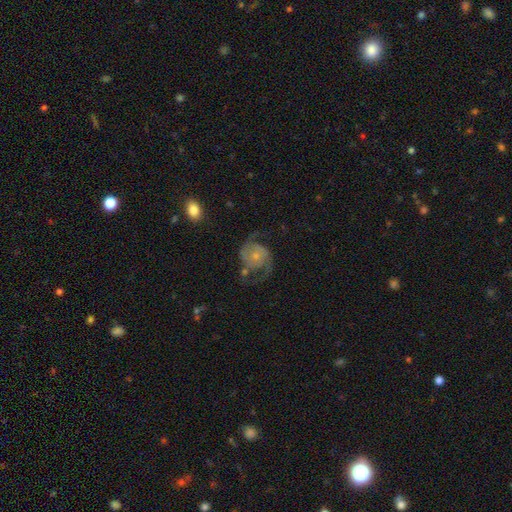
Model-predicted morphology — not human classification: Q: Smooth or featured?
A: featured or disk (87%); runner-up: smooth (7%)
Q: Edge-on disk?
A: no (98%); runner-up: yes (2%)
Q: Bar?
A: no (73%); runner-up: weak (22%)
Q: Spiral arms?
A: yes (97%); runner-up: no (3%)
Q: Spiral winding?
A: medium (51%); runner-up: loose (31%)
Q: Spiral arm count?
A: 2 (92%); runner-up: can't tell (2%)
Q: Bulge size?
A: small (61%); runner-up: moderate (31%)
Q: Merging?
A: none (64%); runner-up: minor disturbance (17%)